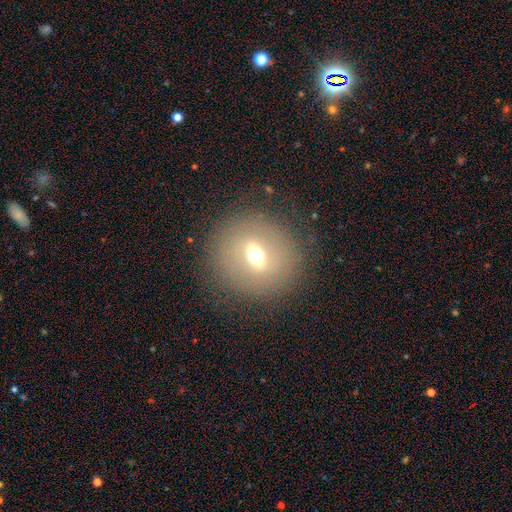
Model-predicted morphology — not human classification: Smooth or featured: smooth — 50% (featured or disk — 33%)
Merging: none — 88% (minor disturbance — 8%)